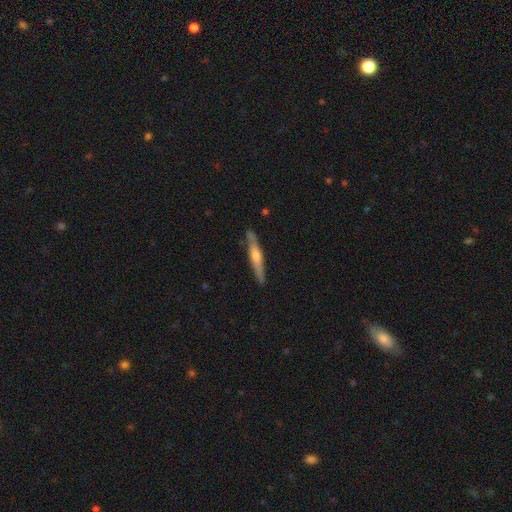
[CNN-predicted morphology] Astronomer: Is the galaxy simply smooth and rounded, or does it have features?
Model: featured or disk — 58% (runner-up: smooth, 37%).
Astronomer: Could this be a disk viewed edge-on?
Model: yes — 95%.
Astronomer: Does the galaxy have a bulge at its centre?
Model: rounded — 79%.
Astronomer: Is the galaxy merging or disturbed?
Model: none — 86%.